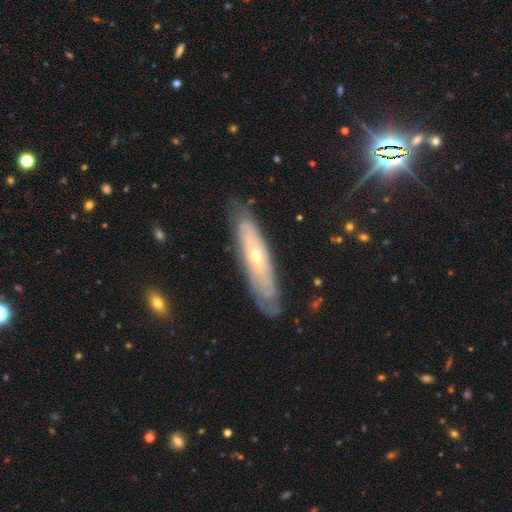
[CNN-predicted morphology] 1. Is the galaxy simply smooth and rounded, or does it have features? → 71% featured or disk, 22% smooth, 7% star or artifact.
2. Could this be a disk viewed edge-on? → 63% no, 37% yes.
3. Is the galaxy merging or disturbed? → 77% none, 17% minor disturbance, 5% major disturbance, 1% merger.